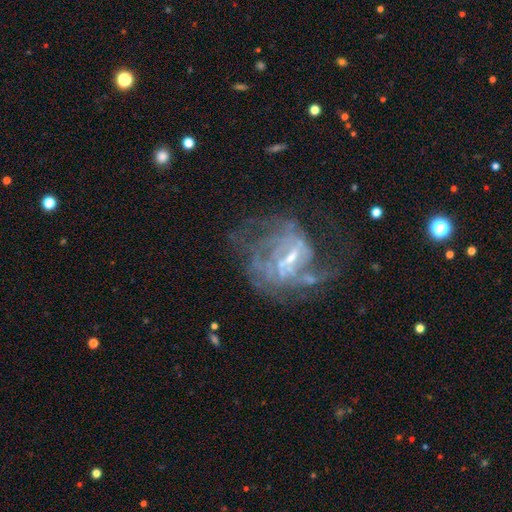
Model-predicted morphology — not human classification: This is likely a featured or disk galaxy (70%). It is clearly not viewed edge-on (95%). Bar: marginally weak (44%). Spiral arm pattern: likely yes (78%). Spiral arm count: marginally can't tell (39%). Spiral winding: marginally medium (40%). Central bulge: likely small (61%). Merging: possibly none (53%).